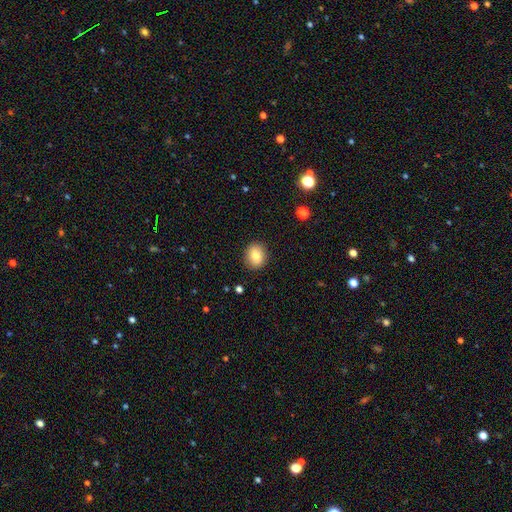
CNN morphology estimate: smooth 82%, featured or disk 10%, star or artifact 9%. Down the decision tree: how rounded — round (54%); merging — none (89%).